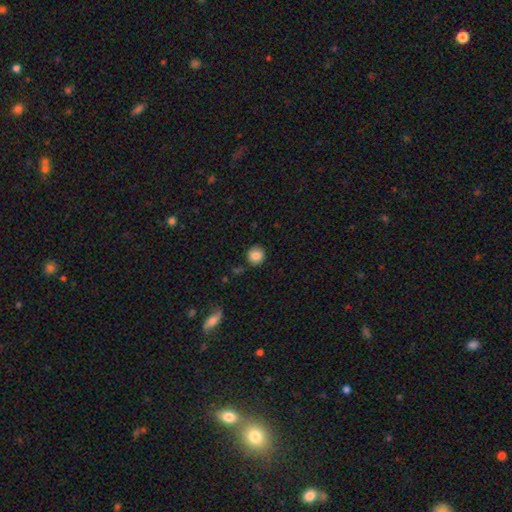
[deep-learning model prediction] A smooth galaxy with no disk features (84%) that is round (89%).

Vote fractions:
- Smooth or featured? smooth: 84% / star or artifact: 9% / featured or disk: 6%
- How rounded? round: 89% / in between: 10% / cigar-shaped: 1%
- Merging? none: 84% / minor disturbance: 11% / major disturbance: 3% / merger: 2%